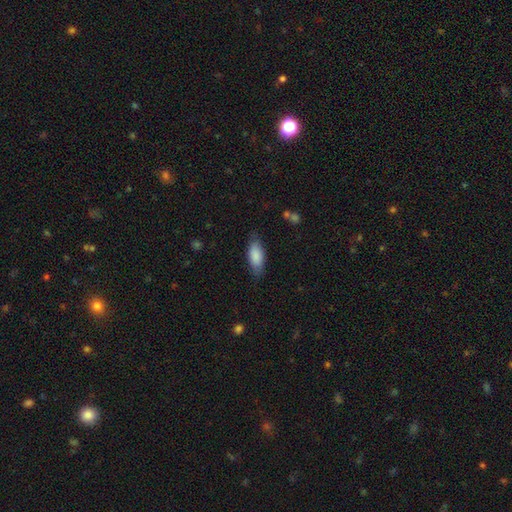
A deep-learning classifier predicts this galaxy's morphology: Q: Smooth or featured?
A: smooth (85%); runner-up: featured or disk (9%)
Q: How rounded?
A: in between (81%); runner-up: cigar-shaped (17%)
Q: Merging?
A: none (76%); runner-up: minor disturbance (19%)